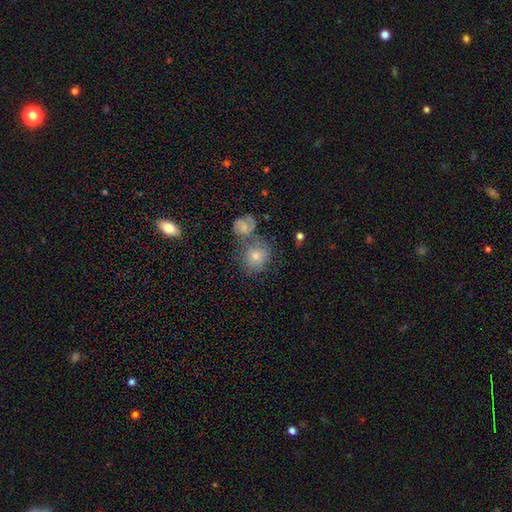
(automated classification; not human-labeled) This appears to be a smooth galaxy with no disk features (54%) that is round (76%). Merging: none (59%).